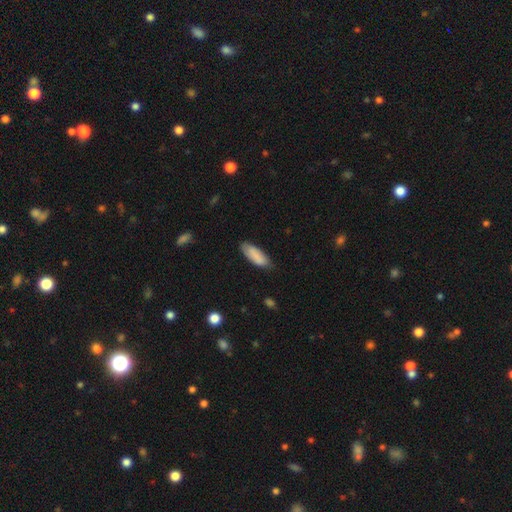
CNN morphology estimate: The model was most divided on "how rounded": in between: 72%, cigar-shaped: 26%, round: 2%. More confident: smooth or featured — smooth (84%); merging — none (73%).